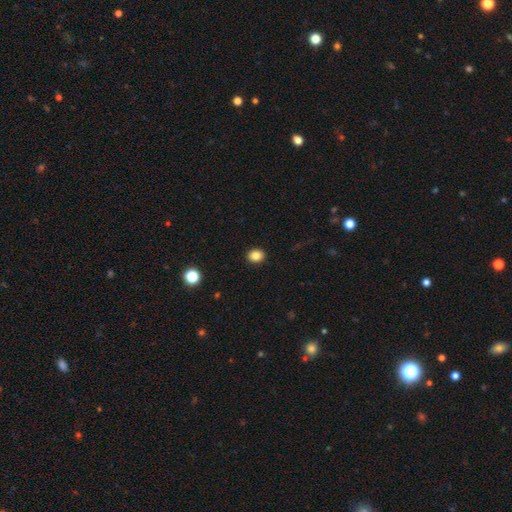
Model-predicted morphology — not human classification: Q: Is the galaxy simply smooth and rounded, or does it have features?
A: smooth — 85%.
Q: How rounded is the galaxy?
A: round — 60%.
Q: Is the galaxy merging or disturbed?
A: none — 92%.